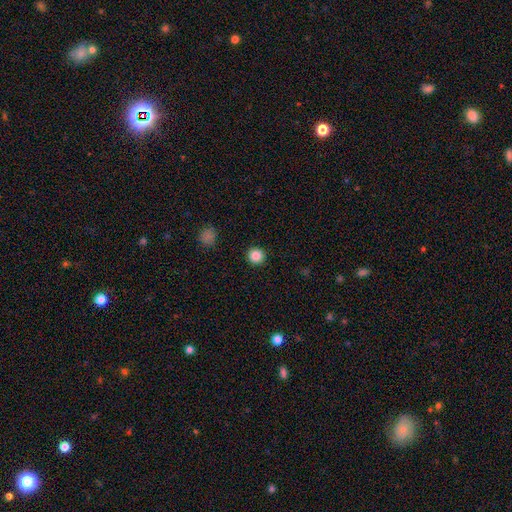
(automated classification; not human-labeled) smooth-or-featured: smooth: 87% | star or artifact: 10% | featured or disk: 3%
  how-rounded: round: 95% | in between: 4% | cigar-shaped: 1%
  merging: none: 93% | minor disturbance: 4% | major disturbance: 2% | merger: 1%